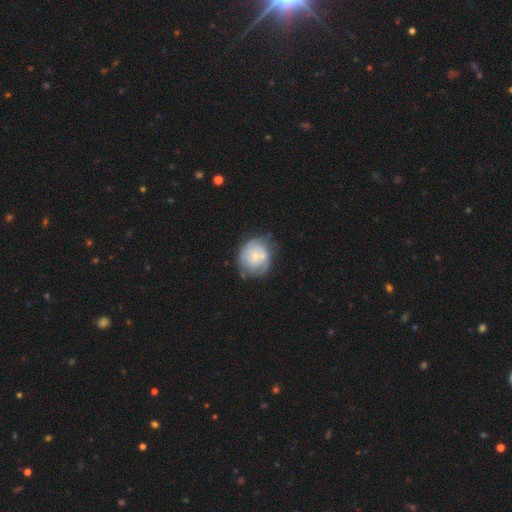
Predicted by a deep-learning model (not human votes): Smooth or featured: featured or disk — 54% (smooth — 40%)
Edge-on disk: no — 97% (yes — 3%)
Bar: no — 82% (weak — 15%)
Spiral arms: yes — 57% (no — 43%)
Bulge size: small — 65% (moderate — 29%)
Merging: none — 49% (minor disturbance — 26%)